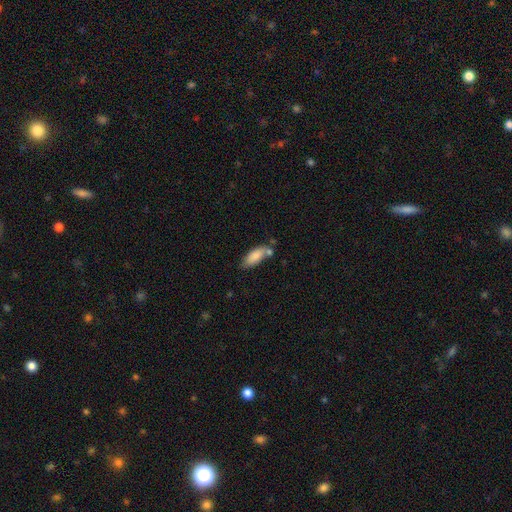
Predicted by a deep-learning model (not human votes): Overall: smooth (83%). How rounded: in between (78%). Merging: none (53%; minor disturbance 21%).